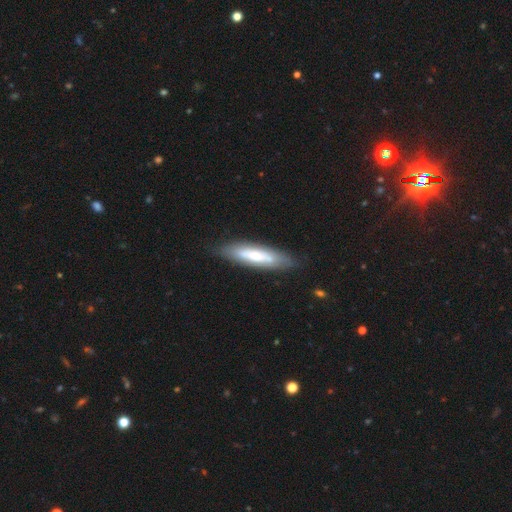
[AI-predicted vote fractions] Smooth or featured? smooth (51%)
How rounded? cigar-shaped (65%)
Merging? none (80%)